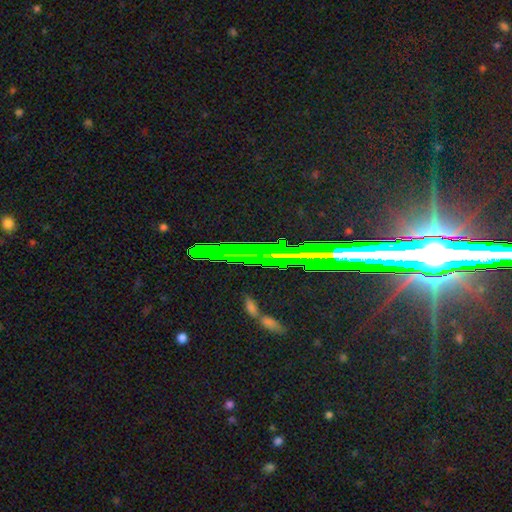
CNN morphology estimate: type=star or artifact (73%).